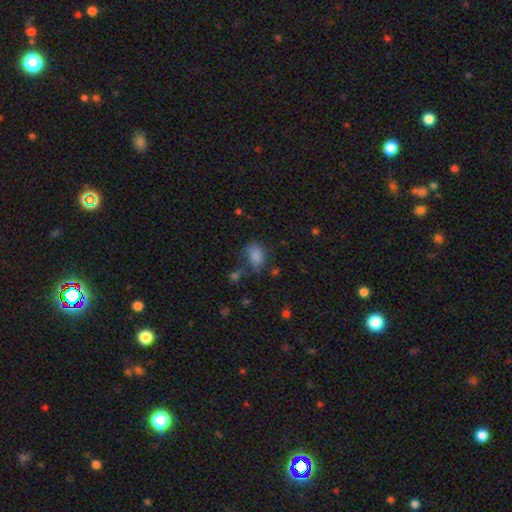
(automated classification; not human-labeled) Overall: smooth (81%). How rounded: in between (78%). Merging: none (51%; minor disturbance 25%).